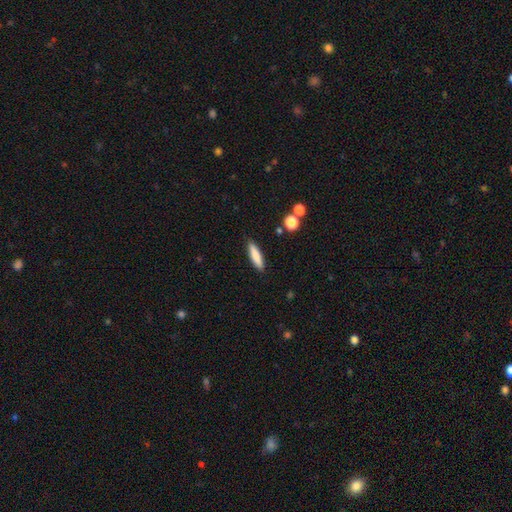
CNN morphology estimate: Smooth or featured?
  - smooth: 81% *
  - featured or disk: 12%
  - star or artifact: 7%
How rounded?
  - cigar-shaped: 76% *
  - in between: 23%
  - round: 2%
Merging?
  - none: 88% *
  - minor disturbance: 9%
  - major disturbance: 2%
  - merger: 2%